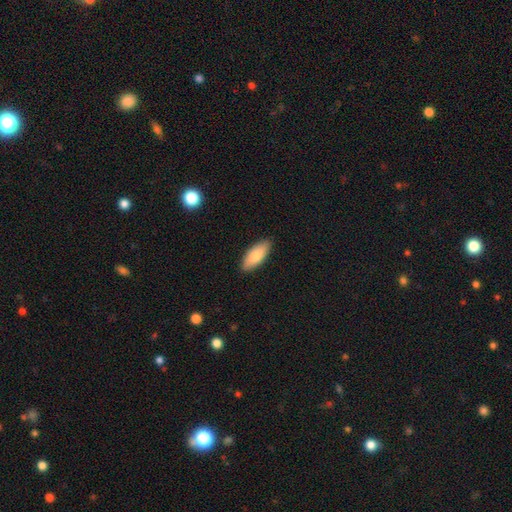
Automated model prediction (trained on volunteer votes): smooth_or_featured: smooth (p=0.82) [alt: featured or disk p=0.12]
how_rounded: in between (p=0.79) [alt: cigar-shaped p=0.19]
merging: none (p=0.89) [alt: minor disturbance p=0.09]